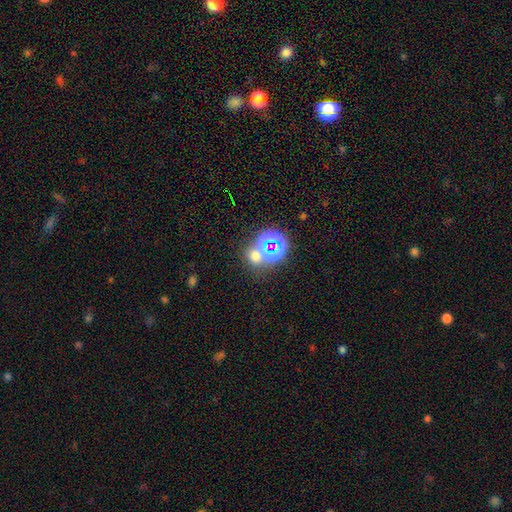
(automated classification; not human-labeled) smooth_or_featured: smooth (p=0.49) [alt: star or artifact p=0.43]
merging: none (p=0.60) [alt: merger p=0.27]